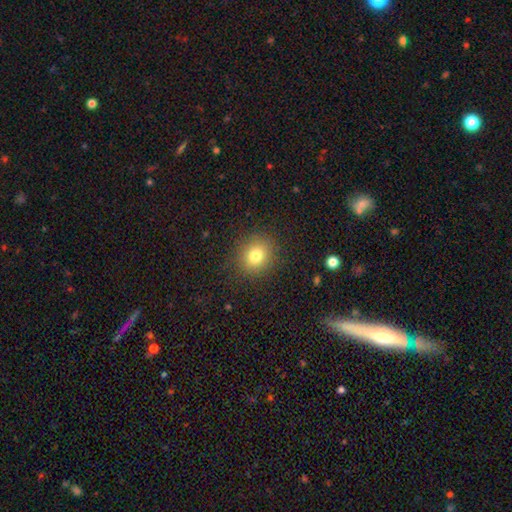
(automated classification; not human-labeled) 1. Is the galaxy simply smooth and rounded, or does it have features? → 78% smooth, 13% star or artifact, 9% featured or disk.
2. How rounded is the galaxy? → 82% round, 17% in between, 1% cigar-shaped.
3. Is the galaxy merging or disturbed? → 88% none, 7% minor disturbance, 3% major disturbance, 1% merger.